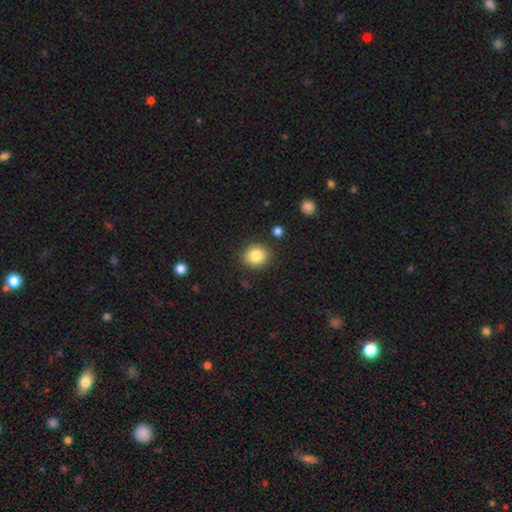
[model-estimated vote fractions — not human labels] This appears to be a smooth galaxy with no disk features (85%) that is round (82%). Merging: none (87%).